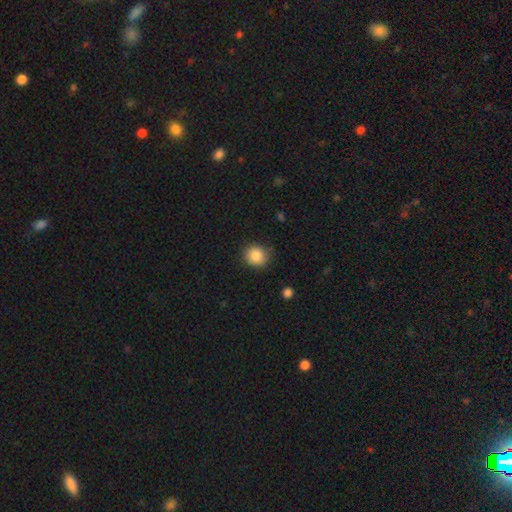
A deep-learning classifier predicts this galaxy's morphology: Smooth or featured: smooth — 85% (star or artifact — 9%)
How rounded: round — 85% (in between — 14%)
Merging: none — 81% (minor disturbance — 15%)